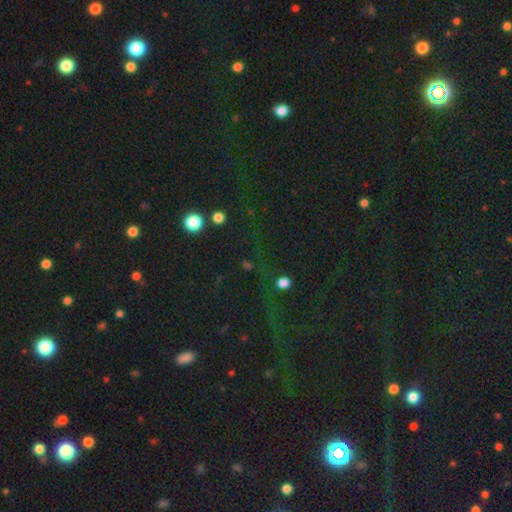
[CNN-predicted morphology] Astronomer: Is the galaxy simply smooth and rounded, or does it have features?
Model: star or artifact — 74%.